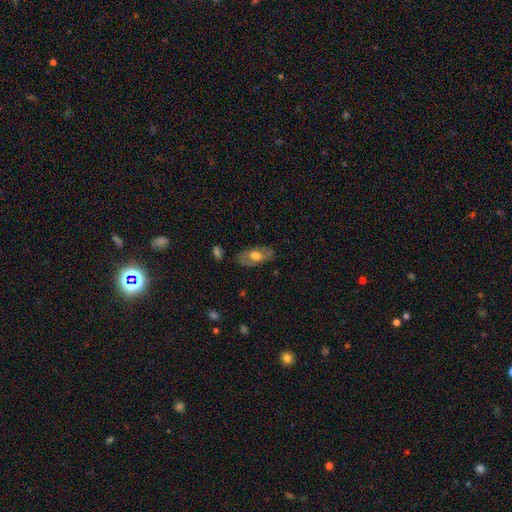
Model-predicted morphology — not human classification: Smooth or featured? featured or disk (49%)
Merging? none (77%)